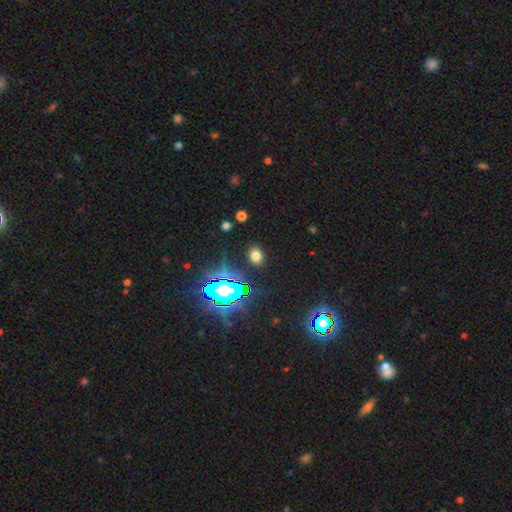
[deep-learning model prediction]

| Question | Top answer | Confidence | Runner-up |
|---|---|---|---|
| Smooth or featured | smooth | 69% | star or artifact (24%) |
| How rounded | in between | 62% | round (37%) |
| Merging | none | 87% | minor disturbance (8%) |